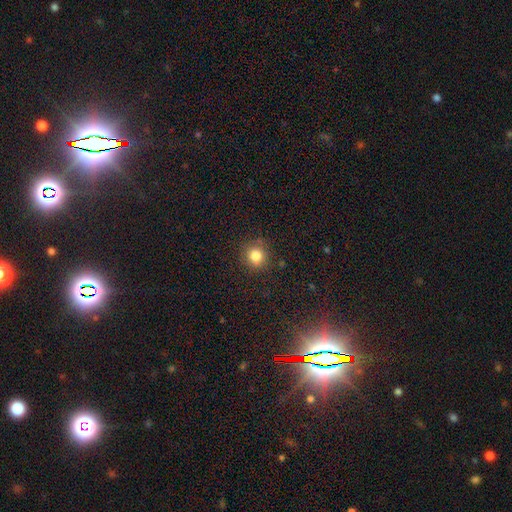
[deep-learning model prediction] Overall: smooth (82%). How rounded: round (91%). Merging: none (87%).